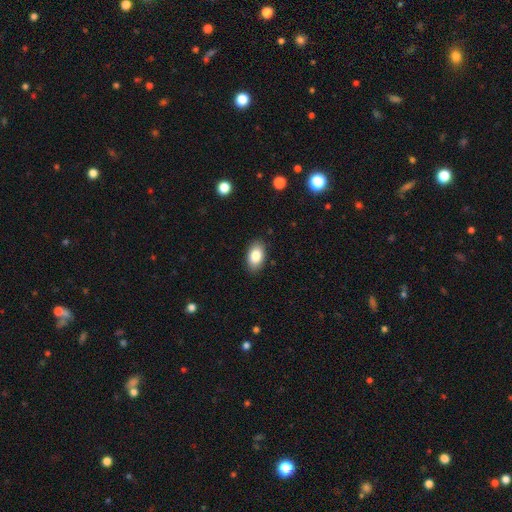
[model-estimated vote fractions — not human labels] Morphology: type=smooth (86%); roundness=in between (93%); merging=none (87%).